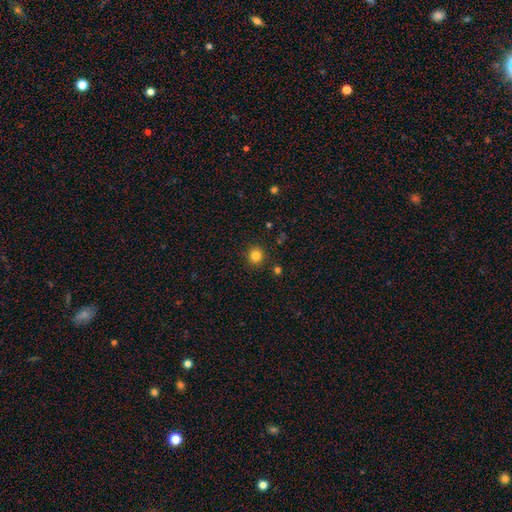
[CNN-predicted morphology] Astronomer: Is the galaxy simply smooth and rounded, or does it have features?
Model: smooth — 82%.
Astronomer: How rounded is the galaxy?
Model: round — 92%.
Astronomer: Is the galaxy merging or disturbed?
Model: none — 90%.